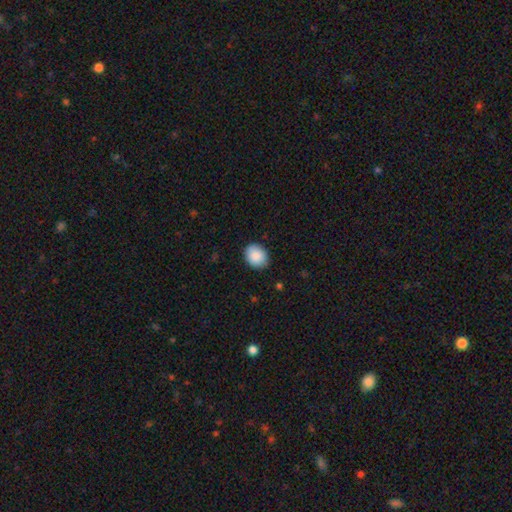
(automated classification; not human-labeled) Q: Smooth or featured?
A: smooth (90%); runner-up: star or artifact (7%)
Q: How rounded?
A: round (55%); runner-up: in between (44%)
Q: Merging?
A: none (84%); runner-up: minor disturbance (12%)